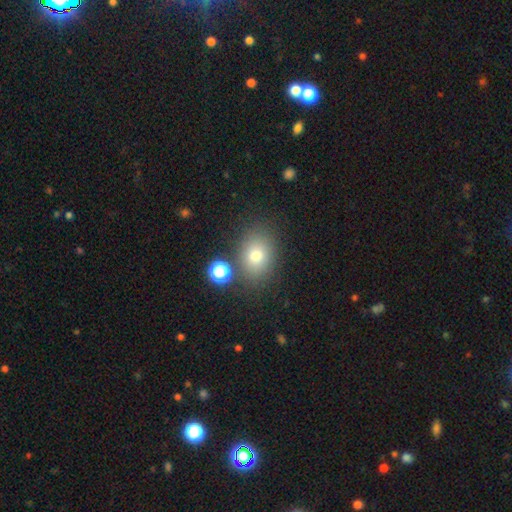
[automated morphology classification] Smooth or featured: smooth — 76% (star or artifact — 13%)
How rounded: in between — 62% (round — 37%)
Merging: none — 77% (minor disturbance — 12%)